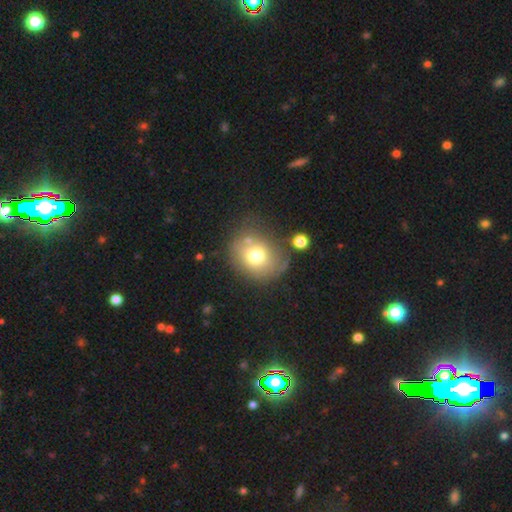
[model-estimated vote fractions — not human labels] Smooth or featured? Predicted: smooth (p=0.70). How rounded? Predicted: round (p=0.69). Merging? Predicted: none (p=0.63).